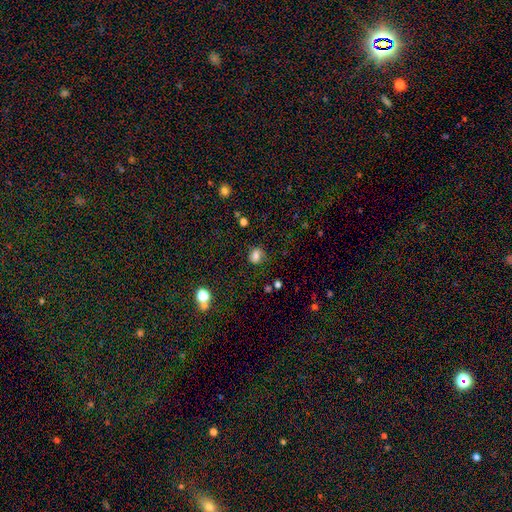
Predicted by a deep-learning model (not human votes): The model was most divided on "how rounded" (2-way tie): in between: 49%, round: 49%, cigar-shaped: 1%. More confident: smooth or featured — smooth (75%); merging — none (71%).